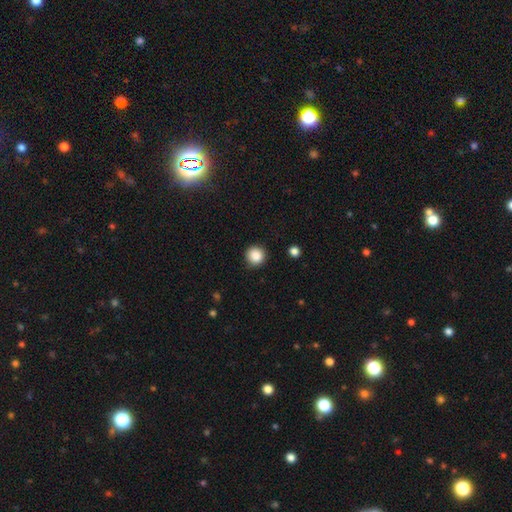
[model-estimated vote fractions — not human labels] This is clearly a smooth galaxy (87%). How rounded: clearly round (94%). Merging: clearly none (88%).